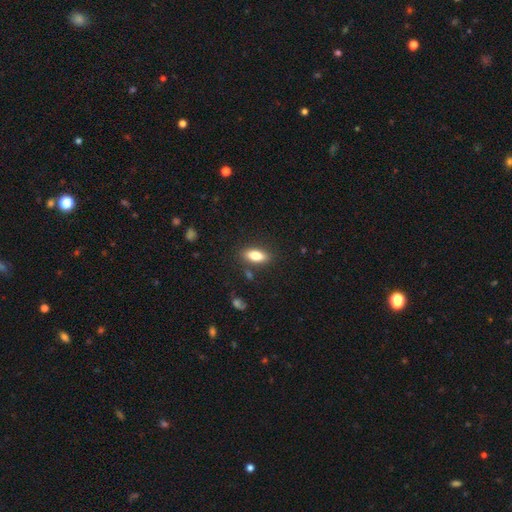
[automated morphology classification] smooth-or-featured: smooth: 79% | featured or disk: 13% | star or artifact: 8%
  how-rounded: in between: 82% | cigar-shaped: 15% | round: 4%
  merging: none: 85% | minor disturbance: 10% | major disturbance: 3% | merger: 2%